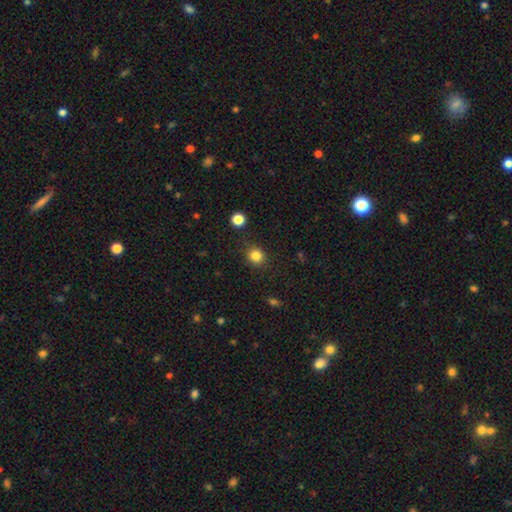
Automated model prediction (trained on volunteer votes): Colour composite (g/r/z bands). It shows a smooth galaxy with no disk features (84%) that is round (84%). Merging: none (86%).